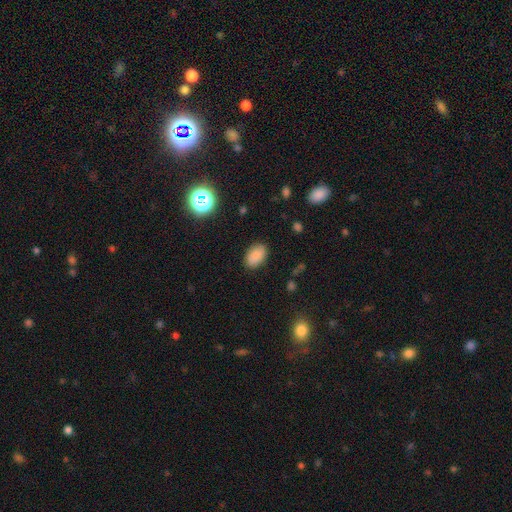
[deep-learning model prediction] This is clearly a smooth galaxy (85%). How rounded: clearly in between (89%). Merging: clearly none (86%).